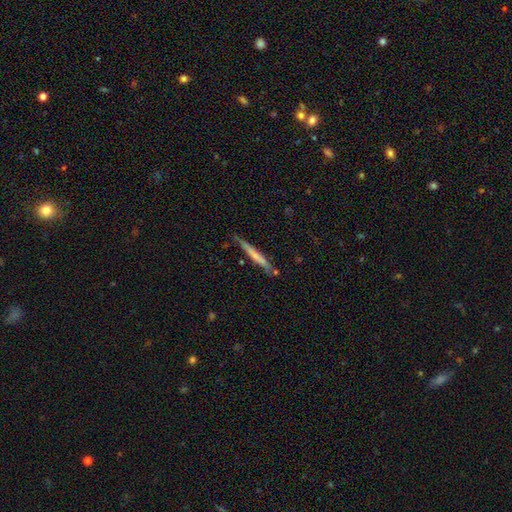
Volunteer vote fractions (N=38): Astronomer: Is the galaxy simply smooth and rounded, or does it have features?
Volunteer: smooth — 50% (runner-up: featured or disk, 47%).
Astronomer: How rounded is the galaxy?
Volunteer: cigar-shaped — 100%.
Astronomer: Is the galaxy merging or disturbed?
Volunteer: none — 62%.